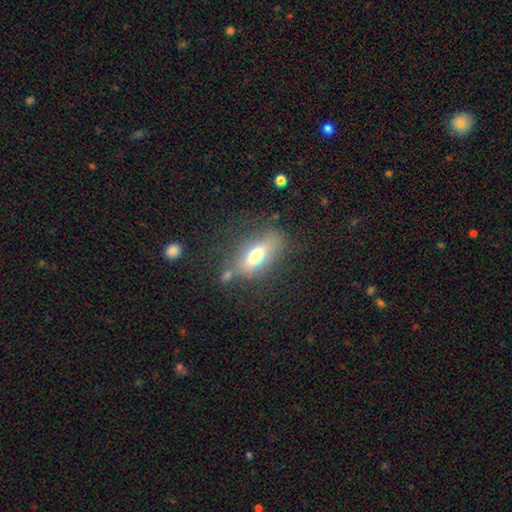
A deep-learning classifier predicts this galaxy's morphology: smooth-or-featured: smooth: 59% | featured or disk: 31% | star or artifact: 10%
  how-rounded: in between: 70% | cigar-shaped: 23% | round: 7%
  merging: none: 66% | minor disturbance: 17% | major disturbance: 9% | merger: 8%